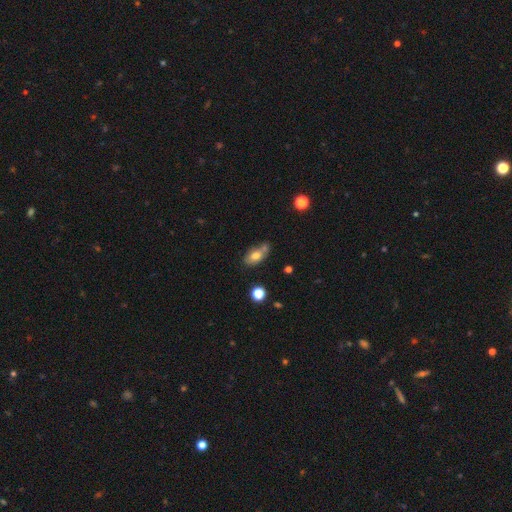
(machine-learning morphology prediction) smooth-or-featured: smooth: 72% | featured or disk: 18% | star or artifact: 10%
  how-rounded: in between: 85% | round: 10% | cigar-shaped: 6%
  merging: none: 48% | merger: 26% | minor disturbance: 20% | major disturbance: 6%